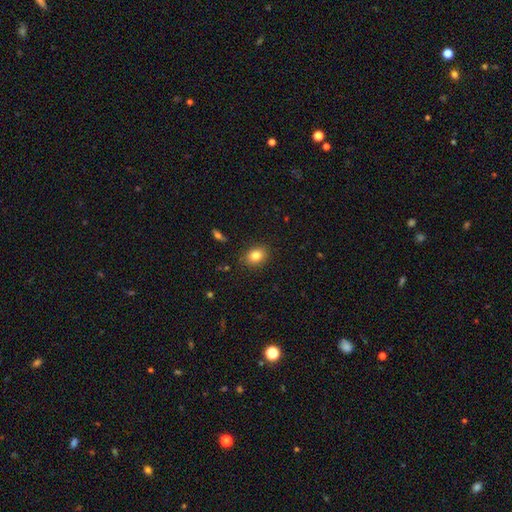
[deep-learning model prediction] Morphology: type=smooth (82%); roundness=in between (60%); merging=none (86%).